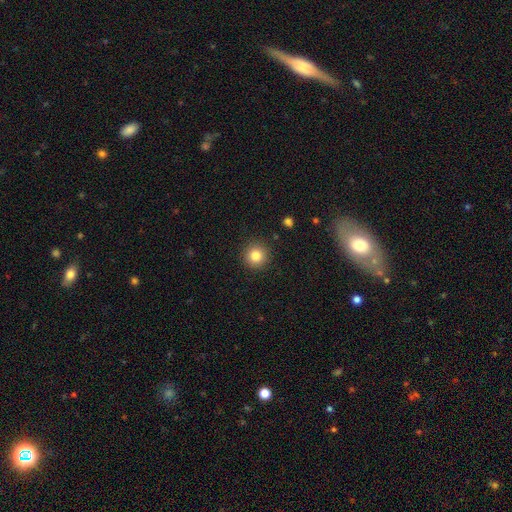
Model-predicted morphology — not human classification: A smooth galaxy with no disk features (82%) that is round (94%). Merging: none (91%).